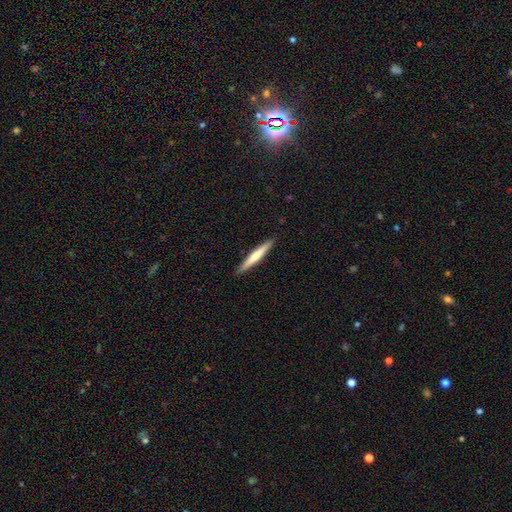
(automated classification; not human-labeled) Smooth or featured? Predicted: smooth (p=0.60). How rounded? Predicted: cigar-shaped (p=0.96). Merging? Predicted: none (p=0.91).